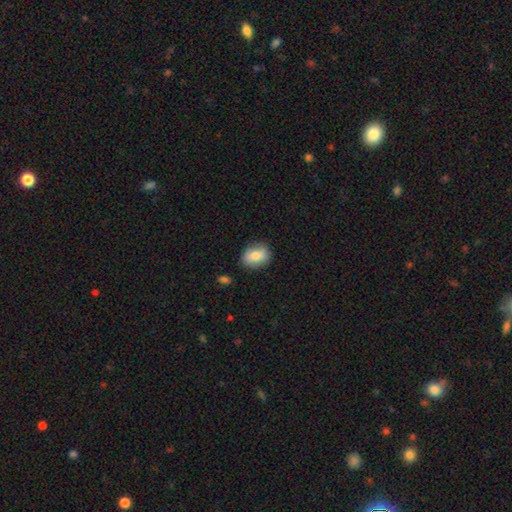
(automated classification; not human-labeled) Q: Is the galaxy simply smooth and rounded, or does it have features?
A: smooth — 80%.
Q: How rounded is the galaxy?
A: in between — 63%.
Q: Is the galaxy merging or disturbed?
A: none — 83%.